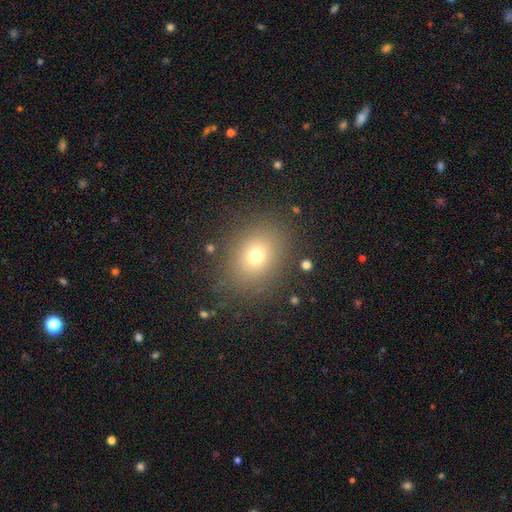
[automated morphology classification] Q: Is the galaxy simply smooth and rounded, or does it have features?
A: smooth — 71%.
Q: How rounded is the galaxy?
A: in between — 51%.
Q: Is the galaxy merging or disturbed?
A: none — 84%.